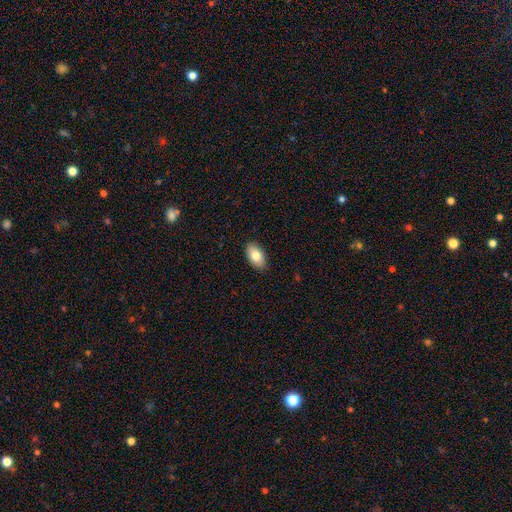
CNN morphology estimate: Overall: smooth (81%). How rounded: in between (94%). Merging: none (88%).